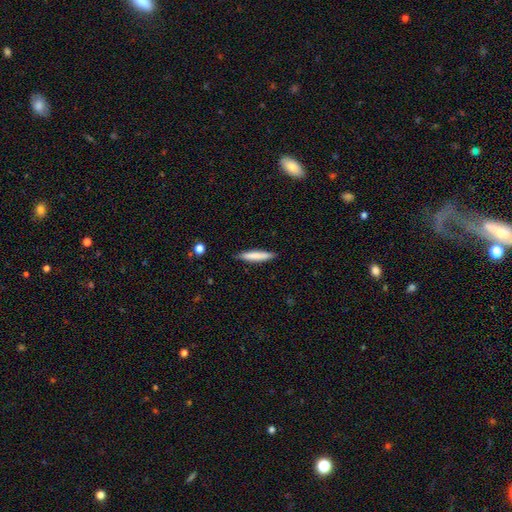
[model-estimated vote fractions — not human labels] smooth-or-featured: smooth: 78% | featured or disk: 16% | star or artifact: 6%
  how-rounded: cigar-shaped: 89% | in between: 10% | round: 1%
  merging: none: 85% | minor disturbance: 11% | major disturbance: 2% | merger: 1%